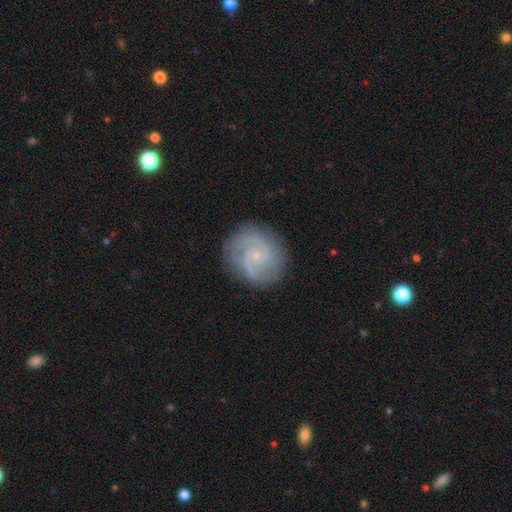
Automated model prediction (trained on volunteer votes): Smooth or featured? Predicted: featured or disk (p=0.85). Edge-on disk? Predicted: no (p=0.98). Bar? Predicted: no (p=0.70). Spiral arms? Predicted: yes (p=0.97). Spiral winding? Predicted: tight (p=0.47). Spiral arm count? Predicted: 2 (p=0.54). Bulge size? Predicted: small (p=0.86). Merging? Predicted: none (p=0.83).